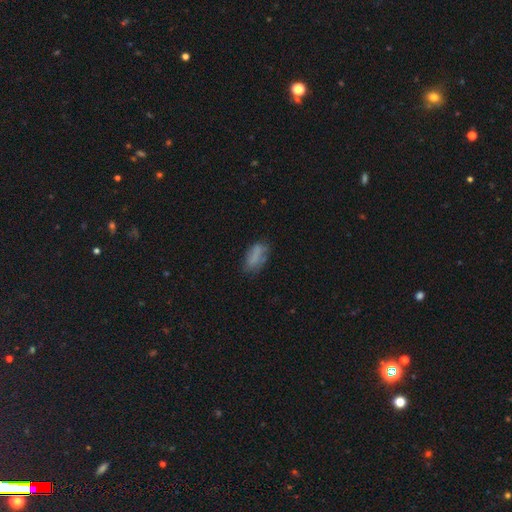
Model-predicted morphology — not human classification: Smooth or featured? Predicted: smooth (p=0.72). How rounded? Predicted: in between (p=0.86). Merging? Predicted: none (p=0.56).